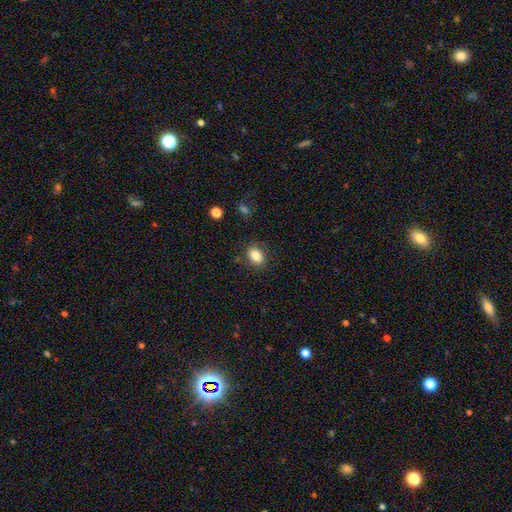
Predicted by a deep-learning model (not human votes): A smooth galaxy with no disk features (84%) that is in between round and cigar-shaped (76%). Merging: none (83%).